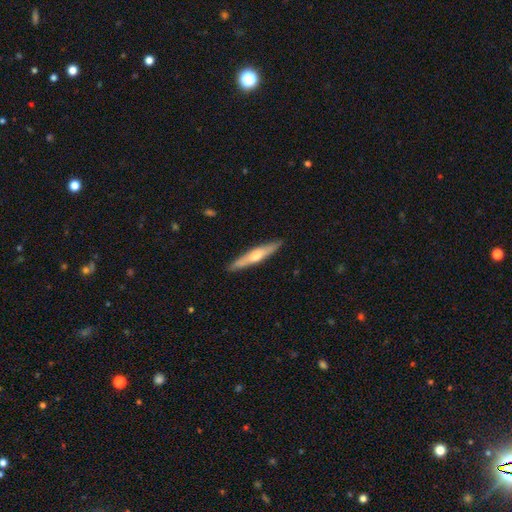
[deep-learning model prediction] Overall: featured or disk (54%; smooth 41%). Edge-on disk: yes (94%). Edge-on bulge: rounded (85%). Merging: none (90%).